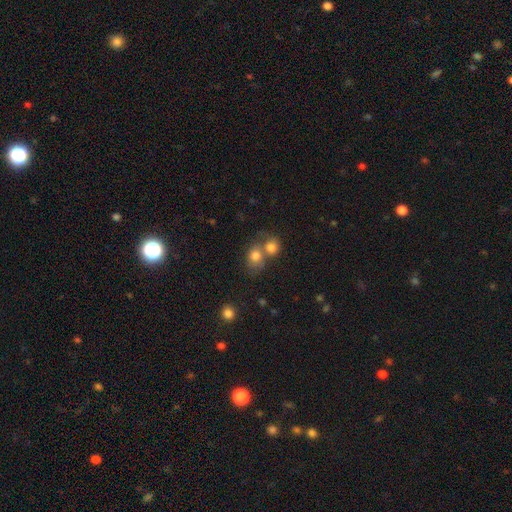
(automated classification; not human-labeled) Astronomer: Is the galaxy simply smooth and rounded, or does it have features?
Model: smooth — 79%.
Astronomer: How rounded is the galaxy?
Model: round — 61% (runner-up: in between, 37%).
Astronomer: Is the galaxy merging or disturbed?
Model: merger — 54% (runner-up: none, 33%).